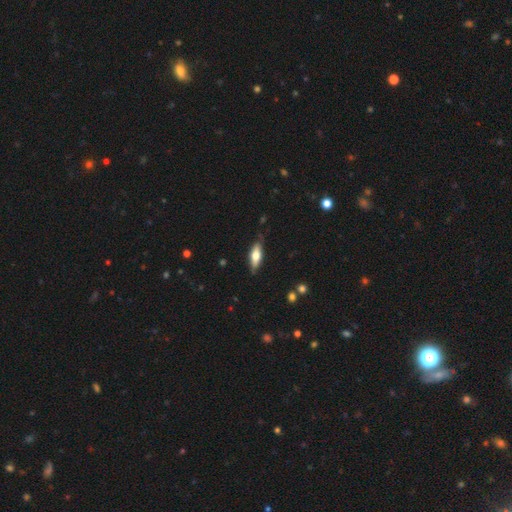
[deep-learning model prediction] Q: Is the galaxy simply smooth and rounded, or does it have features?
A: smooth — 58%.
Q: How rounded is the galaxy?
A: in between — 57%.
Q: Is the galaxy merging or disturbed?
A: none — 81%.